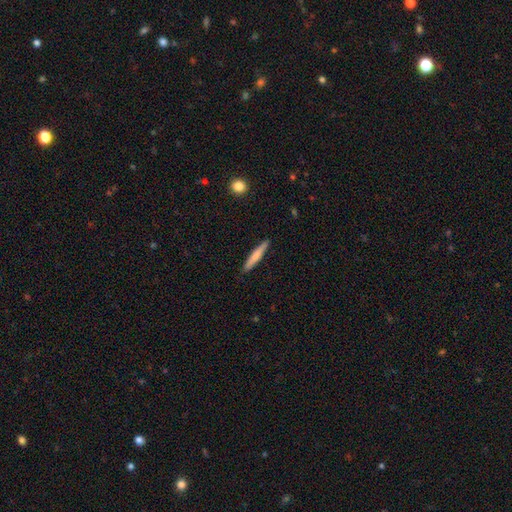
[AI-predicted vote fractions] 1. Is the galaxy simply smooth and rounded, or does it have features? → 69% smooth, 26% featured or disk, 5% star or artifact.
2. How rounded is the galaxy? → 94% cigar-shaped, 5% in between, 1% round.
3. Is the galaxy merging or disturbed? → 90% none, 7% minor disturbance, 1% major disturbance, 1% merger.